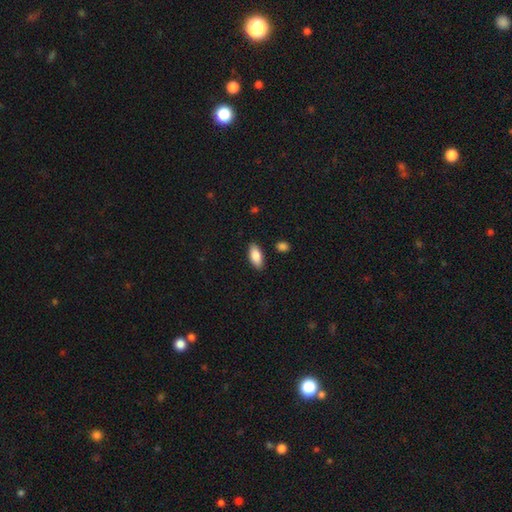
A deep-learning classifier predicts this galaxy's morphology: Smooth or featured? smooth (86%)
How rounded? in between (87%)
Merging? none (88%)